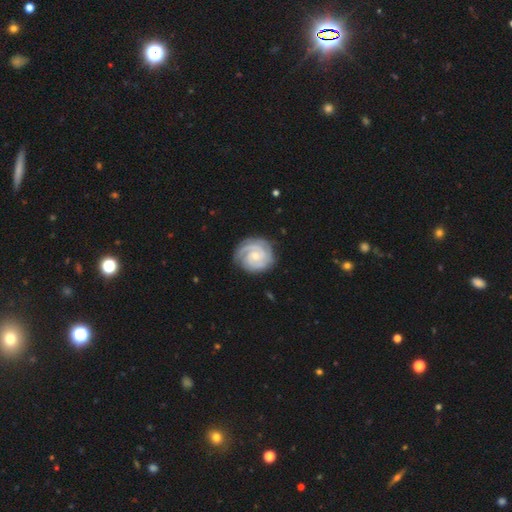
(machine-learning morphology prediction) Smooth or featured? Predicted: featured or disk (p=0.88). Edge-on disk? Predicted: no (p=0.98). Bar? Predicted: no (p=0.67). Spiral arms? Predicted: yes (p=0.98). Spiral winding? Predicted: tight (p=0.78). Spiral arm count? Predicted: 2 (p=0.46). Bulge size? Predicted: small (p=0.64). Merging? Predicted: none (p=0.81).